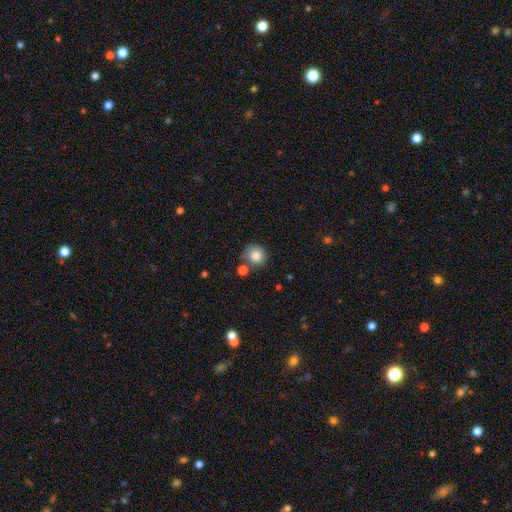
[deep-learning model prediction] This appears to be a smooth galaxy with no disk features (85%) that is round (90%). Merging: none (71%).